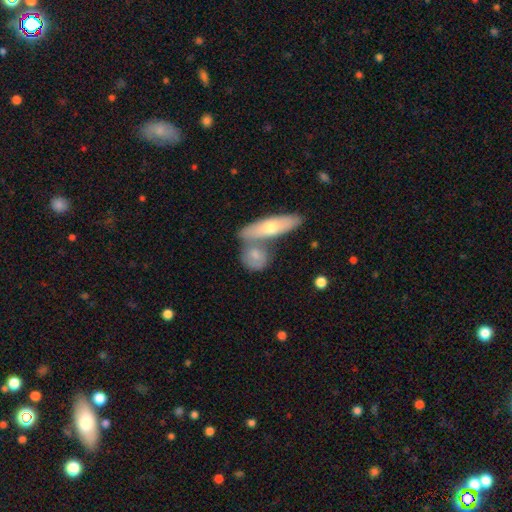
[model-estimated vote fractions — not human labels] The model was most divided on "how rounded": in between: 41%, round: 39%, cigar-shaped: 20%. Remaining: smooth or featured — smooth (64%); merging — none (45%).